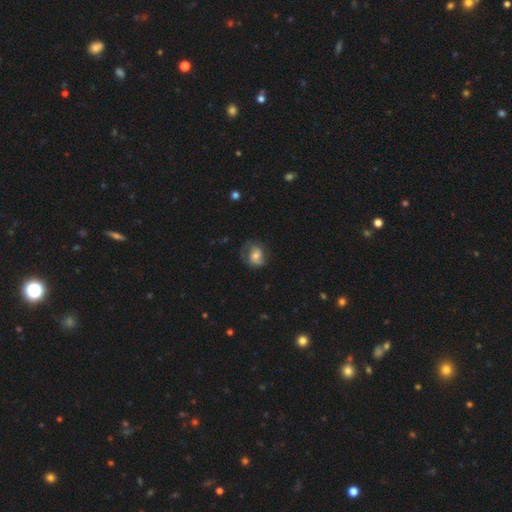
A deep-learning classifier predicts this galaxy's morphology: Smooth or featured: smooth — 58% (featured or disk — 33%)
How rounded: round — 53% (in between — 46%)
Merging: none — 53% (minor disturbance — 27%)